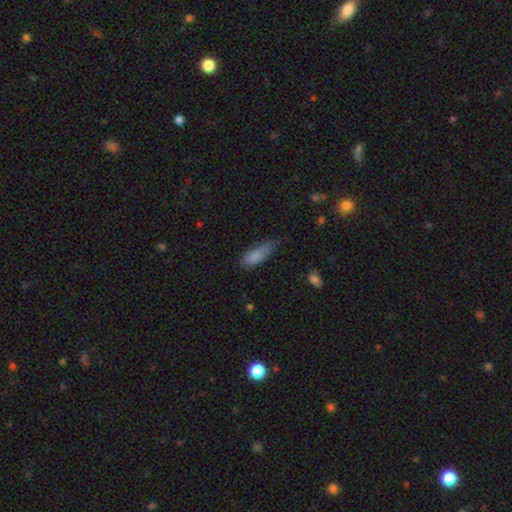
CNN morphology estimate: smooth_or_featured: smooth (p=0.84) [alt: featured or disk p=0.08]
how_rounded: in between (p=0.67) [alt: cigar-shaped p=0.31]
merging: none (p=0.43) [alt: minor disturbance p=0.42]